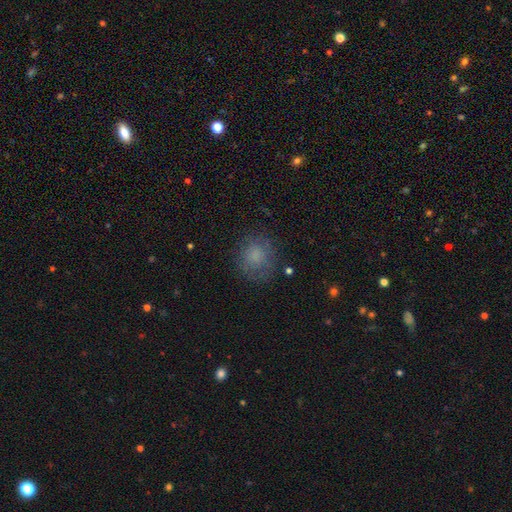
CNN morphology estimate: Overall: smooth (74%). How rounded: round (83%). Merging: none (74%).